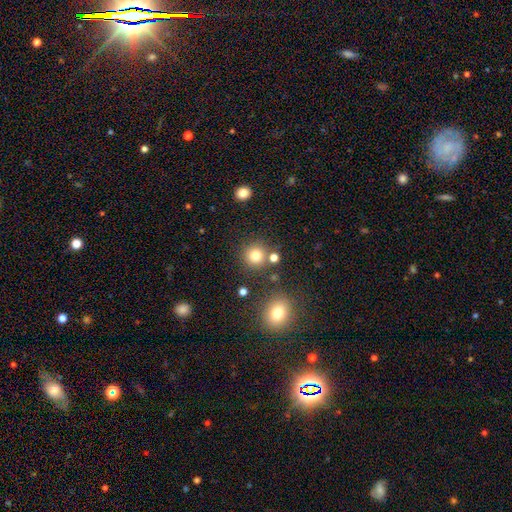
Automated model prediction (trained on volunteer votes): This appears to be a smooth galaxy with no disk features (79%) that is round (92%). Merging: none (80%).